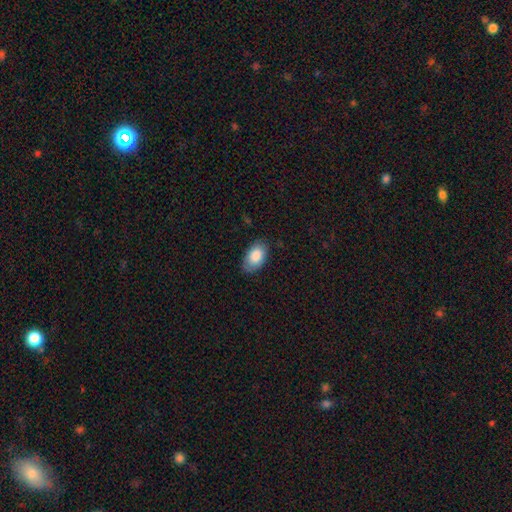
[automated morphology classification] Overall: smooth (85%). How rounded: in between (93%). Merging: none (78%).